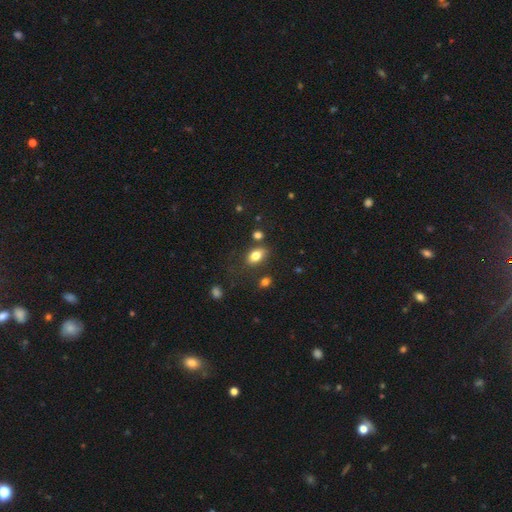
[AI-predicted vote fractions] This appears to be a smooth galaxy with no disk features (80%) that is in between round and cigar-shaped (86%). Merging: none (73%).